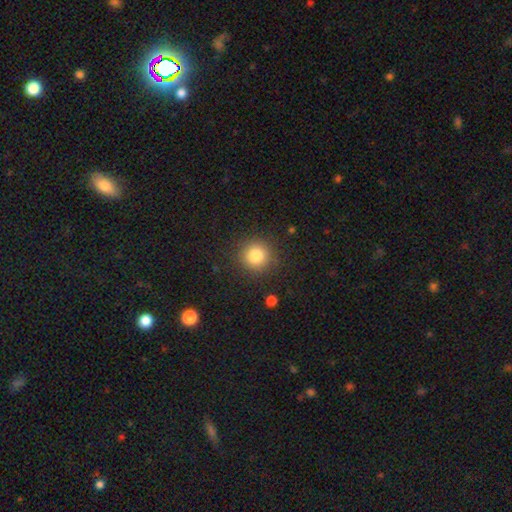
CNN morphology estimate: smooth 82%, star or artifact 11%, featured or disk 7%. Down the decision tree: how rounded — round (94%); merging — none (89%).